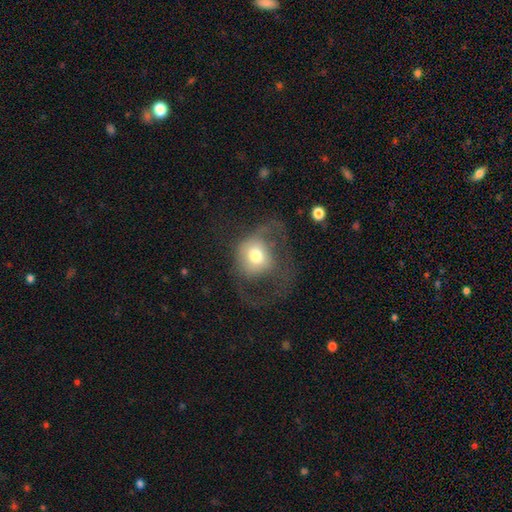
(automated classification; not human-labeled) Overall: smooth (56%; featured or disk 35%). How rounded: round (72%). Merging: major disturbance (57%; none 25%).